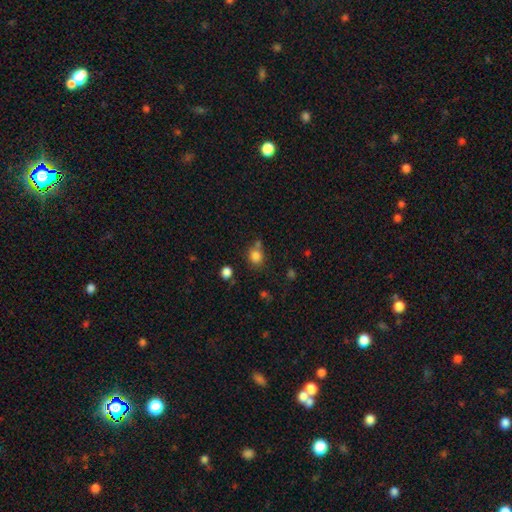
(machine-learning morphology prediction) This is clearly a smooth galaxy (82%). How rounded: likely round (73%). Merging: likely none (62%).